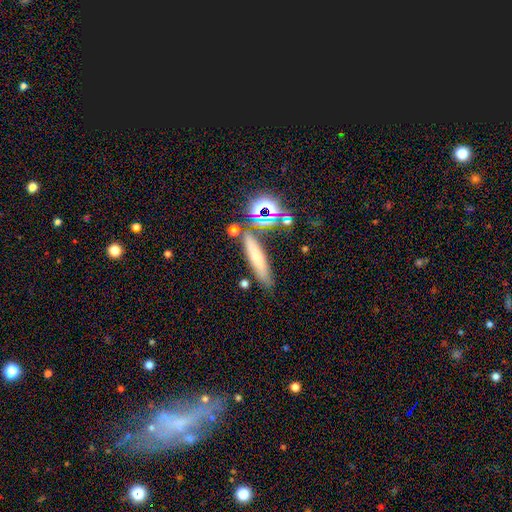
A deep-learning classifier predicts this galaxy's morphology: Smooth or featured: smooth — 55% (featured or disk — 23%)
How rounded: cigar-shaped — 80% (in between — 14%)
Merging: none — 75% (minor disturbance — 11%)